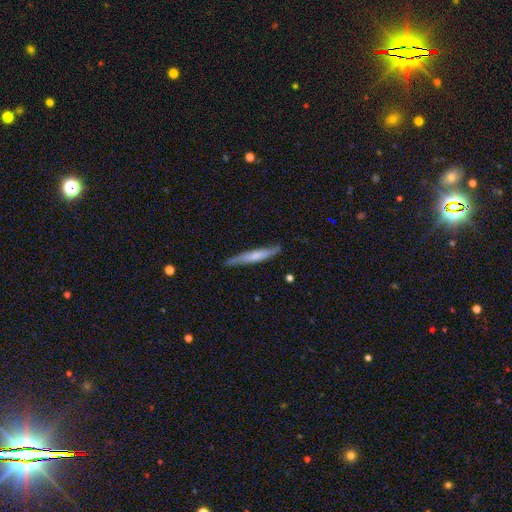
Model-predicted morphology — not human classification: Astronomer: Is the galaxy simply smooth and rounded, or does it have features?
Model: smooth — 53% (runner-up: featured or disk, 42%).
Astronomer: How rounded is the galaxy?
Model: cigar-shaped — 94%.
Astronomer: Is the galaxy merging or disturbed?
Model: none — 82%.